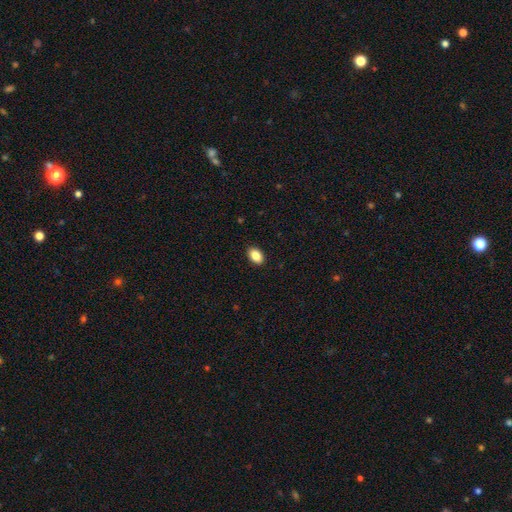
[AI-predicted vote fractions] Smooth or featured? Predicted: smooth (p=0.87). How rounded? Predicted: in between (p=0.84). Merging? Predicted: none (p=0.91).